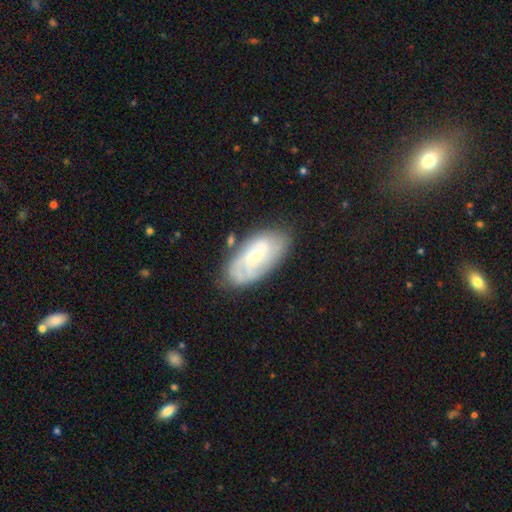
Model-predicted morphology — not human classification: This appears to be a featured or disk galaxy (73%) with no bar (59%), tight (53%) spiral arms (90%) and a small central bulge (64%). Merging: none (72%).